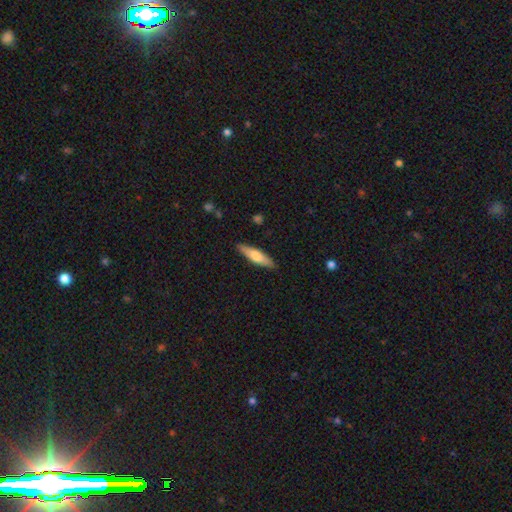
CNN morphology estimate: Smooth or featured? smooth (65%)
How rounded? cigar-shaped (73%)
Merging? none (88%)